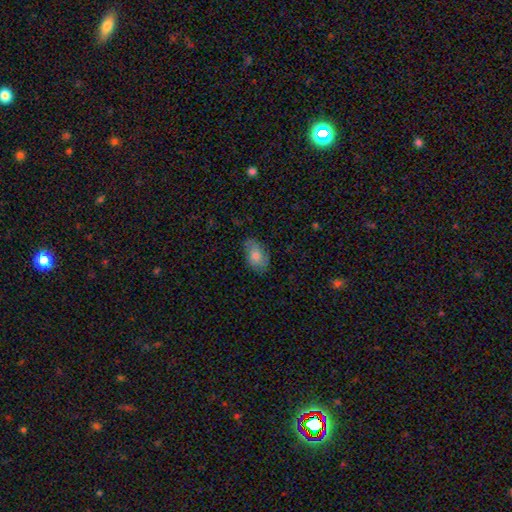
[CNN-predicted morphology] The model was most divided on "merging": none: 74%, minor disturbance: 20%, major disturbance: 5%, merger: 1%. More confident: how rounded — in between (90%); smooth or featured — smooth (76%).